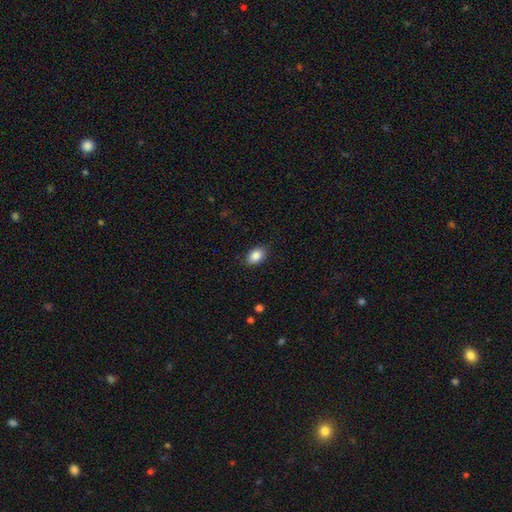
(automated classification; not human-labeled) smooth_or_featured: smooth (p=0.87) [alt: star or artifact p=0.08]
how_rounded: in between (p=0.85) [alt: round p=0.14]
merging: none (p=0.87) [alt: minor disturbance p=0.10]